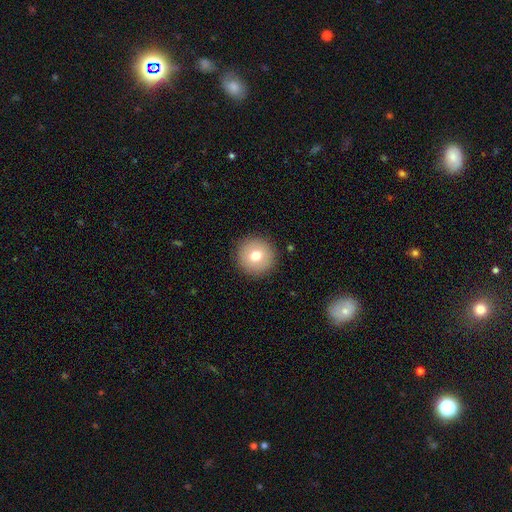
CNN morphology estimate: The model was most divided on "smooth or featured": smooth: 74%, featured or disk: 16%, star or artifact: 10%. More confident: how rounded — round (96%); merging — none (91%).